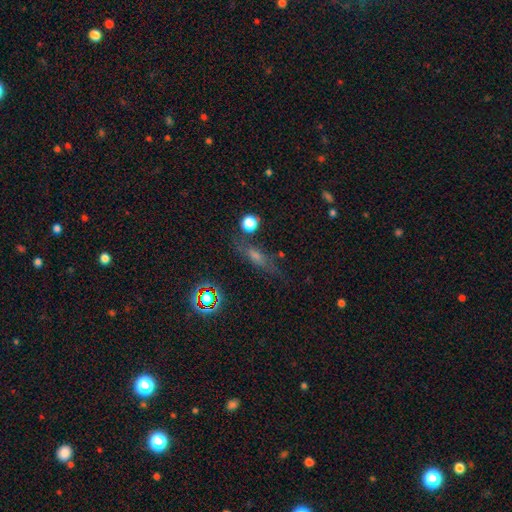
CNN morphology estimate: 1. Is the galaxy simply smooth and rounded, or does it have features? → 35% star or artifact, 33% smooth, 32% featured or disk.